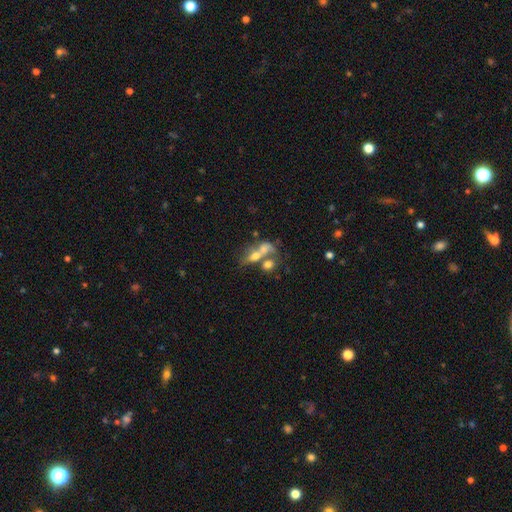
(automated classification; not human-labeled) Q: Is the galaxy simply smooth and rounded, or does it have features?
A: smooth — 55%.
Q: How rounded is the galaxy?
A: in between — 69%.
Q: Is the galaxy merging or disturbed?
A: merger — 62%.